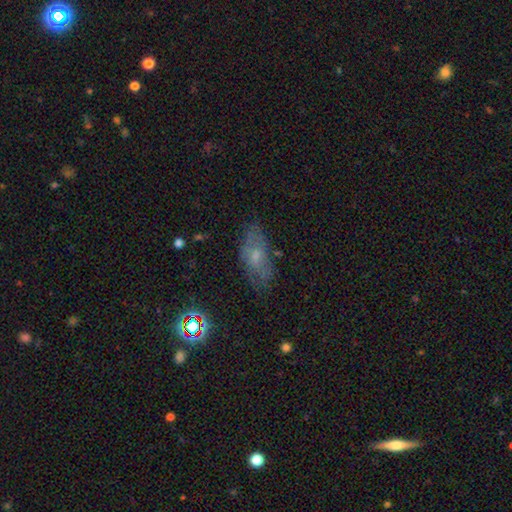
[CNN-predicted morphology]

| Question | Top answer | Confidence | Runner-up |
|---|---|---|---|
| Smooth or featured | smooth | 47% | featured or disk (38%) |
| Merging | none | 69% | minor disturbance (21%) |